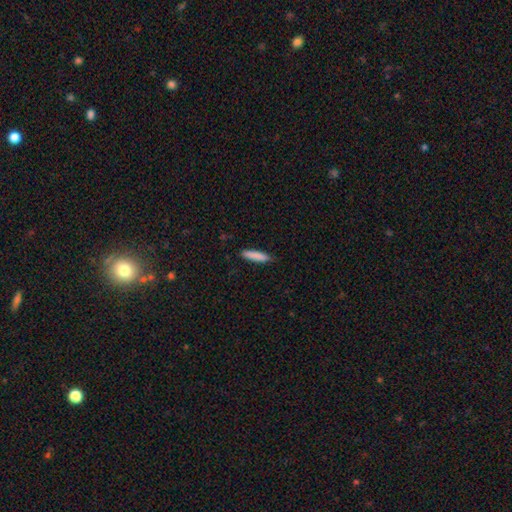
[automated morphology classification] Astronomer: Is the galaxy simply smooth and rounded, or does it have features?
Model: smooth — 86%.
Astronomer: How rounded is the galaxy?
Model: cigar-shaped — 83%.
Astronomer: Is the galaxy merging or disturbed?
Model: none — 83%.